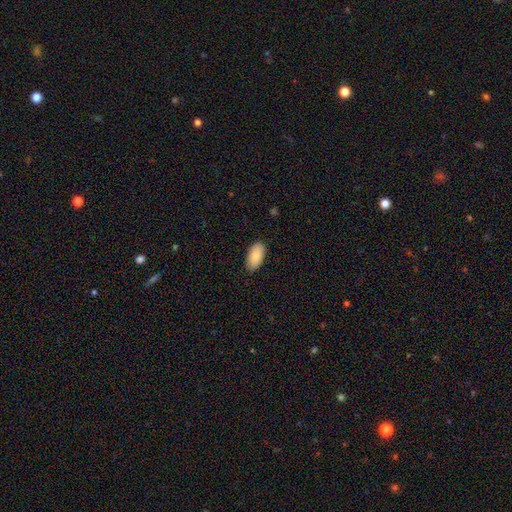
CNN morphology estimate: The model was most divided on "merging": none: 85%, minor disturbance: 12%, major disturbance: 2%, merger: 1%. More confident: how rounded — in between (95%); smooth or featured — smooth (86%).